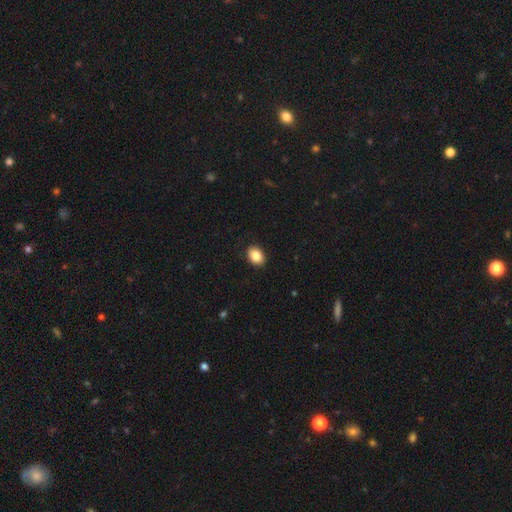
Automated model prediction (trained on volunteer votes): Smooth or featured?
  - smooth: 87% *
  - star or artifact: 8%
  - featured or disk: 6%
How rounded?
  - in between: 74% *
  - round: 25%
  - cigar-shaped: 1%
Merging?
  - none: 89% *
  - minor disturbance: 8%
  - major disturbance: 2%
  - merger: 1%